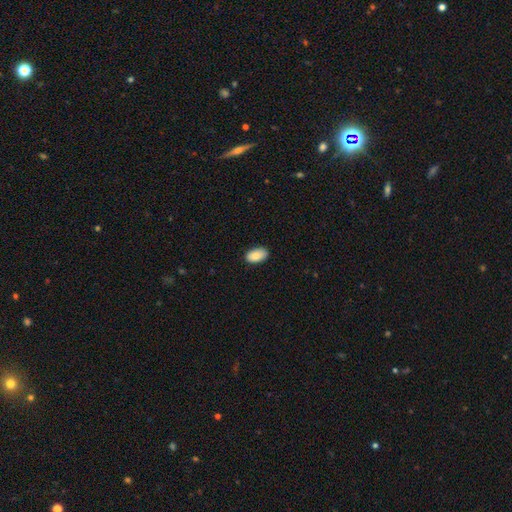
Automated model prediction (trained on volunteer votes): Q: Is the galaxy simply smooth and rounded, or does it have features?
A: smooth — 85%.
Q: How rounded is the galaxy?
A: in between — 94%.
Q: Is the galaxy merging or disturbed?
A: none — 87%.